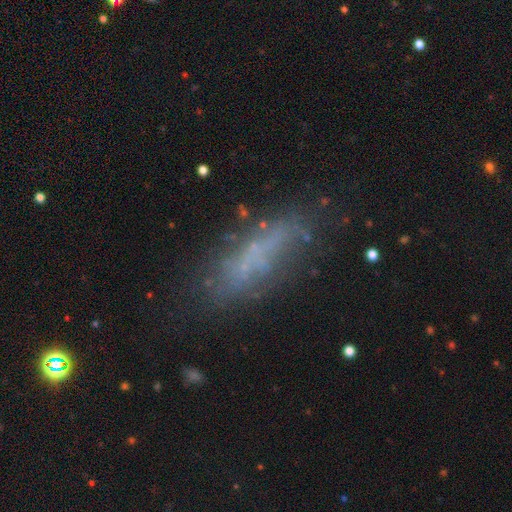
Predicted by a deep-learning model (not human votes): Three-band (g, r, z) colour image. It shows a smooth galaxy with no disk features (44%). Merging: none (58%).